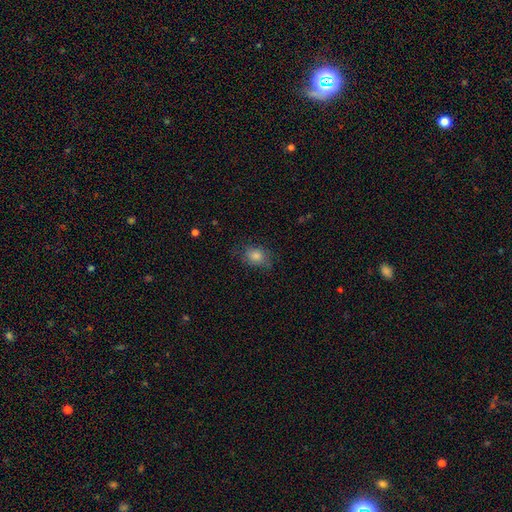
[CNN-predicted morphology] A smooth galaxy with no disk features (76%) that is in between round and cigar-shaped (54%).

Vote fractions:
- Smooth or featured? smooth: 76% / star or artifact: 13% / featured or disk: 11%
- How rounded? in between: 54% / round: 45% / cigar-shaped: 1%
- Merging? none: 74% / minor disturbance: 19% / major disturbance: 6% / merger: 1%